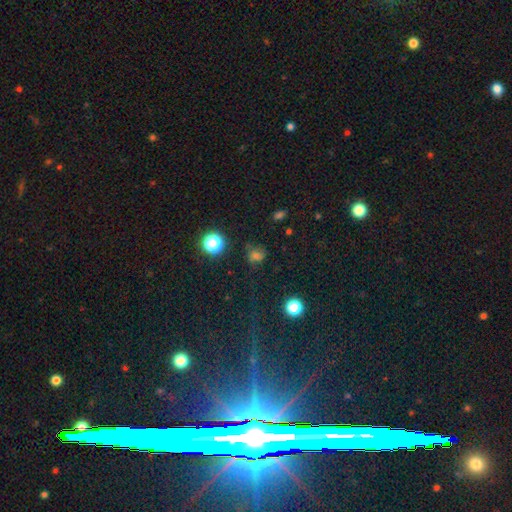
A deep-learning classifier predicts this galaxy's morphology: type=smooth (57%); roundness=round (69%); merging=none (62%).